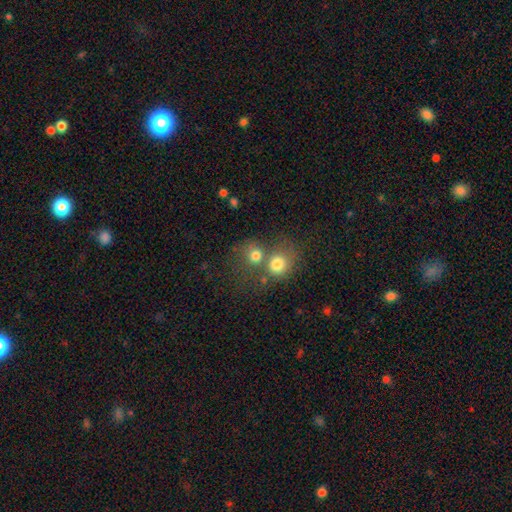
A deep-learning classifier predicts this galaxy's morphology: Smooth or featured: smooth — 76% (star or artifact — 13%)
How rounded: round — 79% (in between — 20%)
Merging: merger — 49% (none — 38%)